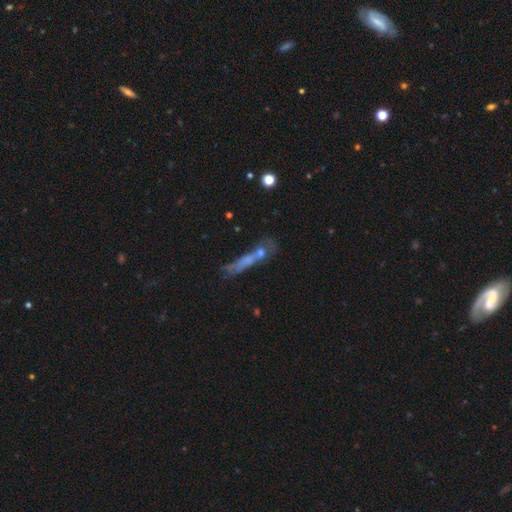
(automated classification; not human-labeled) Overall: smooth (45%; featured or disk 37%). Merging: none (46%; merger 23%).